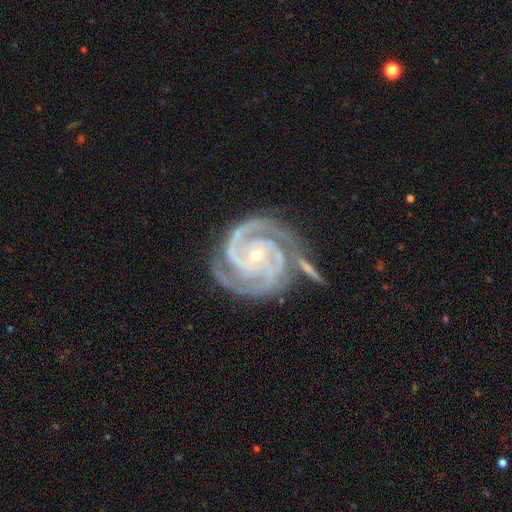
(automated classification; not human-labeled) Smooth or featured?
  - featured or disk: 93% *
  - star or artifact: 4%
  - smooth: 2%
Edge-on disk?
  - no: 98% *
  - yes: 2%
Bar?
  - no: 62% *
  - weak: 23%
  - strong: 16%
Spiral arms?
  - yes: 99% *
  - no: 1%
Spiral winding?
  - tight: 72% *
  - medium: 26%
  - loose: 2%
Spiral arm count?
  - 3: 47% *
  - 2: 30%
  - 4: 10%
  - can't tell: 5%
  - more than 4: 4%
  - 1: 4%
Bulge size?
  - small: 80% *
  - moderate: 17%
  - none: 1%
  - large: 1%
  - dominant: 1%
Merging?
  - none: 62% *
  - minor disturbance: 20%
  - merger: 11%
  - major disturbance: 8%